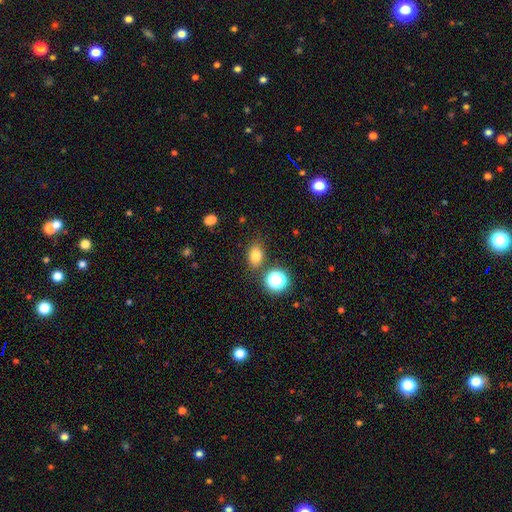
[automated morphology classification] A smooth galaxy with no disk features (76%) that is in between round and cigar-shaped (66%). Merging: none (79%).